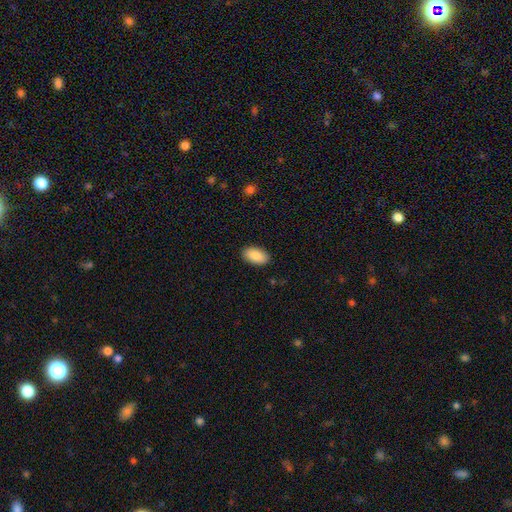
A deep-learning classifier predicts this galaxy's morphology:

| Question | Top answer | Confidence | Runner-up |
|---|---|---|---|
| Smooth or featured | smooth | 89% | star or artifact (6%) |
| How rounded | in between | 95% | round (3%) |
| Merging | none | 89% | minor disturbance (8%) |